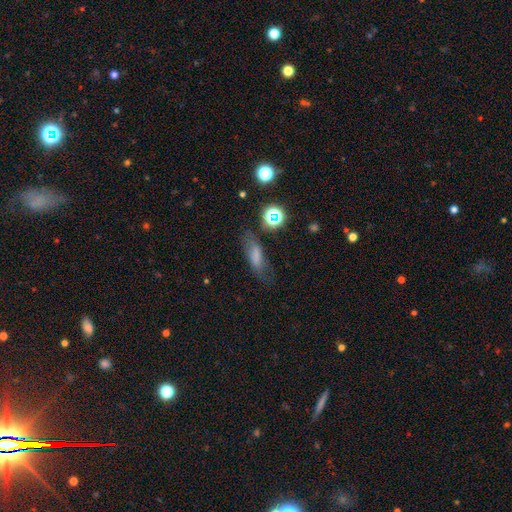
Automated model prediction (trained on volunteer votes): A smooth galaxy with no disk features (63%) that is in between round and cigar-shaped (55%).

Vote fractions:
- Smooth or featured? smooth: 63% / featured or disk: 22% / star or artifact: 15%
- How rounded? in between: 55% / cigar-shaped: 39% / round: 6%
- Merging? none: 63% / minor disturbance: 22% / major disturbance: 11% / merger: 3%